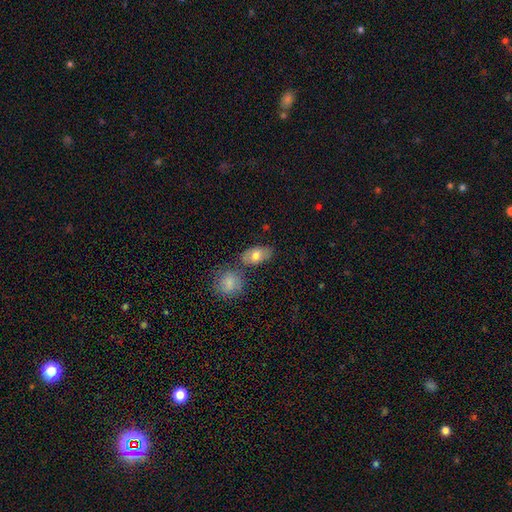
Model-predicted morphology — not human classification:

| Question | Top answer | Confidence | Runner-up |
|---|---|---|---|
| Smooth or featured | smooth | 74% | featured or disk (19%) |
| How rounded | in between | 89% | round (9%) |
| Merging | none | 67% | minor disturbance (15%) |